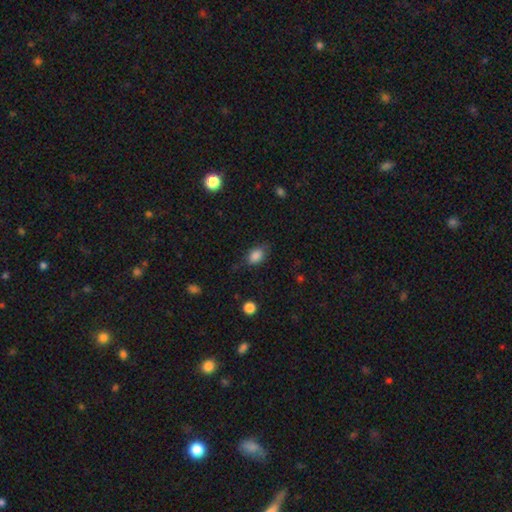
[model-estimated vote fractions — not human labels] Q: Smooth or featured?
A: smooth (83%); runner-up: star or artifact (9%)
Q: How rounded?
A: in between (84%); runner-up: round (14%)
Q: Merging?
A: none (67%); runner-up: minor disturbance (24%)